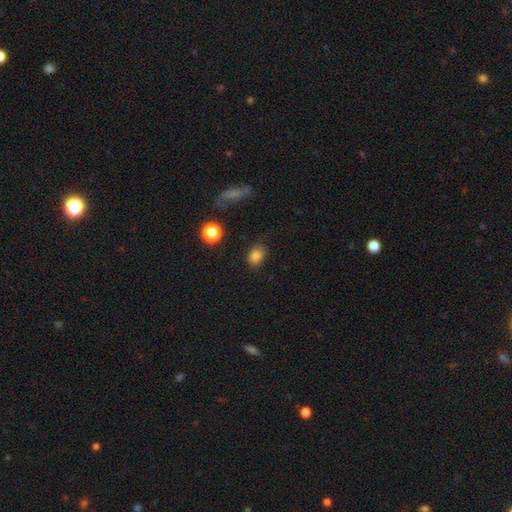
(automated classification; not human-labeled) Overall: smooth (83%). How rounded: in between (63%; round 36%). Merging: none (72%).